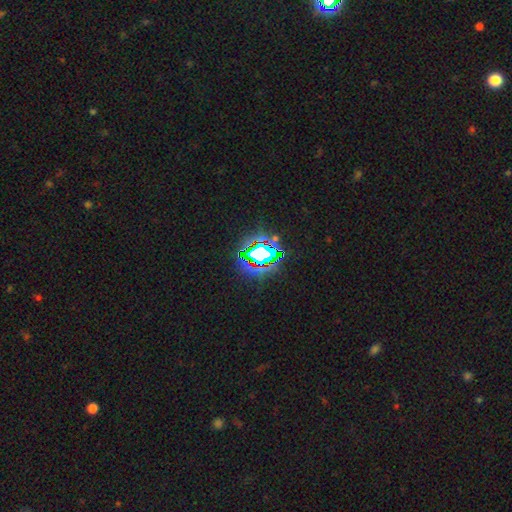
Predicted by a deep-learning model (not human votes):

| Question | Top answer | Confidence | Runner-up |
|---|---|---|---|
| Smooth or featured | star or artifact | 71% | smooth (16%) |